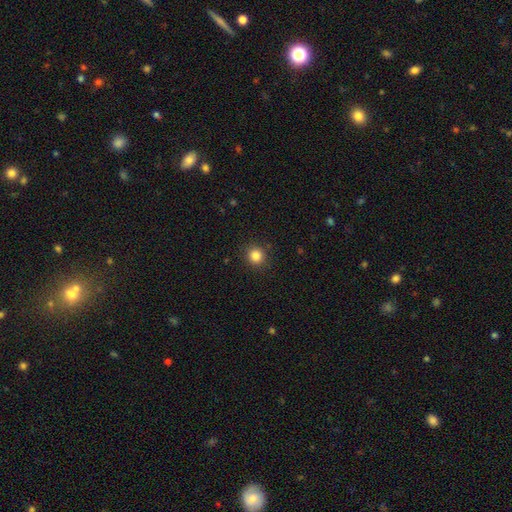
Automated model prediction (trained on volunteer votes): Smooth or featured: smooth — 84% (star or artifact — 11%)
How rounded: round — 91% (in between — 8%)
Merging: none — 91% (minor disturbance — 6%)